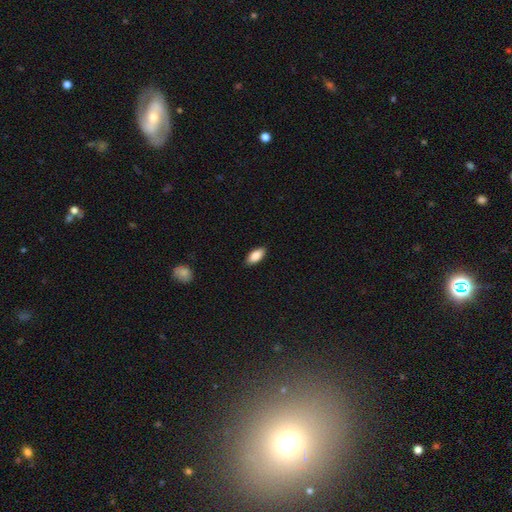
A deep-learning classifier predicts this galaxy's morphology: smooth_or_featured: smooth (p=0.88) [alt: star or artifact p=0.06]
how_rounded: in between (p=0.89) [alt: cigar-shaped p=0.09]
merging: none (p=0.88) [alt: minor disturbance p=0.09]